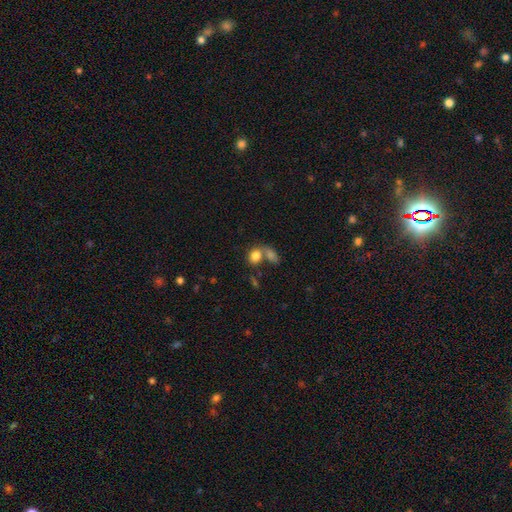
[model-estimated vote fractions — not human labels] Smooth or featured?
  - smooth: 82% *
  - star or artifact: 10%
  - featured or disk: 8%
How rounded?
  - in between: 51% *
  - round: 47%
  - cigar-shaped: 2%
Merging?
  - merger: 44% *
  - none: 40%
  - minor disturbance: 10%
  - major disturbance: 6%